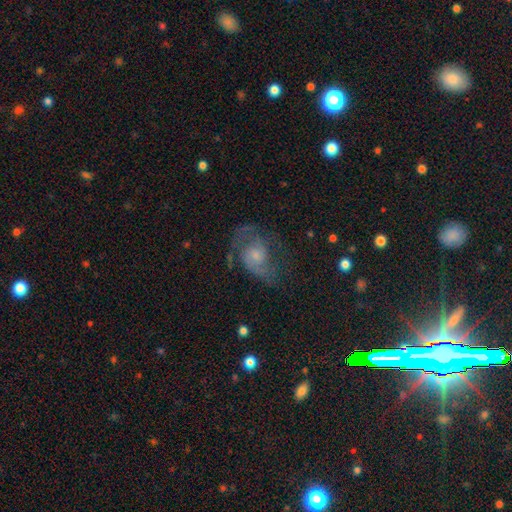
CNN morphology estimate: Smooth or featured? Predicted: featured or disk (p=0.72). Edge-on disk? Predicted: no (p=0.97). Bar? Predicted: no (p=0.73). Spiral arms? Predicted: yes (p=0.87). Spiral winding? Predicted: medium (p=0.50). Spiral arm count? Predicted: 2 (p=0.71). Bulge size? Predicted: small (p=0.56). Merging? Predicted: none (p=0.55).